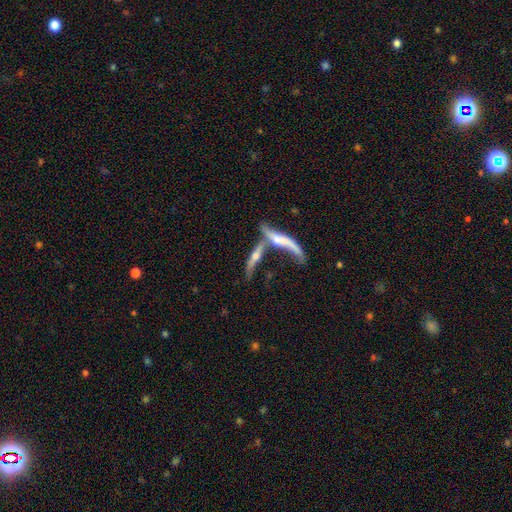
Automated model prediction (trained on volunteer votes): smooth-or-featured: featured or disk: 62% | smooth: 29% | star or artifact: 8%
  disk-edge-on: yes: 80% | no: 20%
    edge-on-bulge: rounded: 83% | none: 11% | boxy: 6%
  merging: merger: 54% | none: 28% | minor disturbance: 9% | major disturbance: 8%